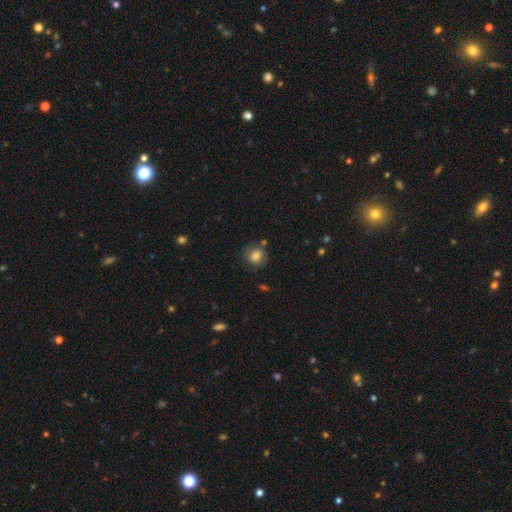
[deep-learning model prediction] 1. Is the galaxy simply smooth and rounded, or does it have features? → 75% smooth, 15% featured or disk, 10% star or artifact.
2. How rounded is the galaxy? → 69% round, 30% in between, 1% cigar-shaped.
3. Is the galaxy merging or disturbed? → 66% none, 21% minor disturbance, 9% major disturbance, 5% merger.